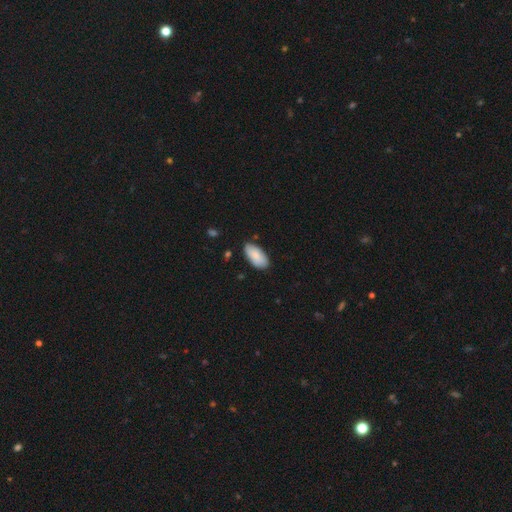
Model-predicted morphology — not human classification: smooth 85%, featured or disk 9%, star or artifact 6%. Down the decision tree: how rounded — in between (94%); merging — none (78%).